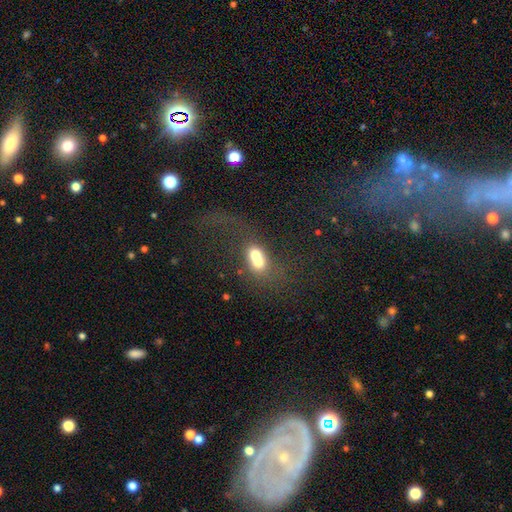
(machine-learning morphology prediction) A smooth galaxy with no disk features (58%) that is in between round and cigar-shaped (50%). Merging: merger (73%).